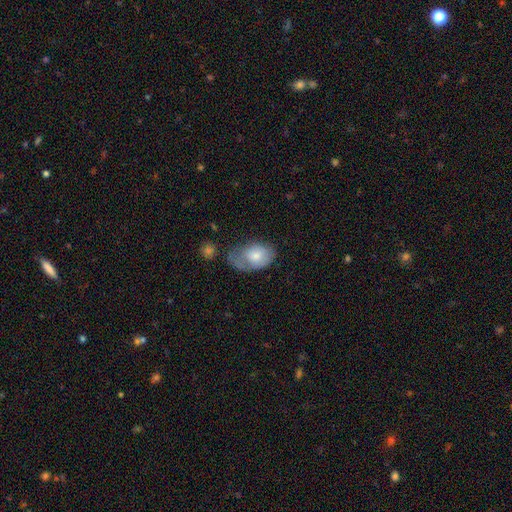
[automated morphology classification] This appears to be a smooth galaxy with no disk features (71%) that is in between round and cigar-shaped (85%). Merging: minor disturbance (35%).